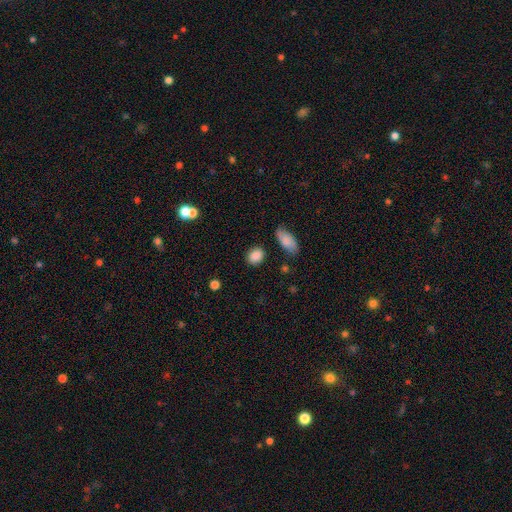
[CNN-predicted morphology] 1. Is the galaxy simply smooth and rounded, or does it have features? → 87% smooth, 9% star or artifact, 4% featured or disk.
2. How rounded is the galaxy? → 49% in between (tied), 49% round (tied), 2% cigar-shaped.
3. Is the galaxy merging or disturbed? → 84% none, 10% minor disturbance, 3% major disturbance, 3% merger.